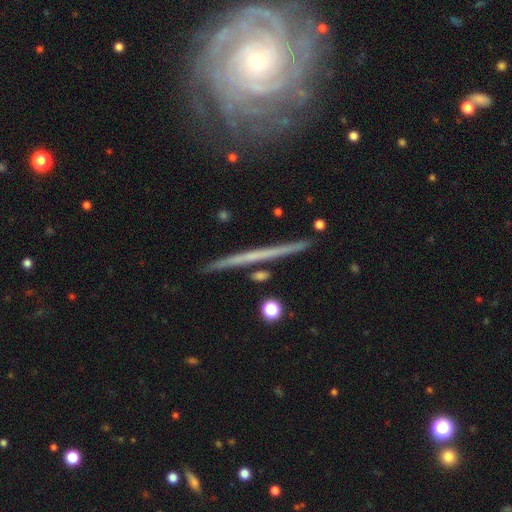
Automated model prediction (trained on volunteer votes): A featured or disk galaxy (70%) viewed edge-on (92%) with no central bulge (79%).

Vote fractions:
- Smooth or featured? featured or disk: 70% / smooth: 24% / star or artifact: 7%
- Edge-on disk? yes: 92% / no: 8%
- Edge-on bulge? none: 79% / rounded: 16% / boxy: 5%
- Merging? none: 85% / minor disturbance: 10% / merger: 3% / major disturbance: 2%